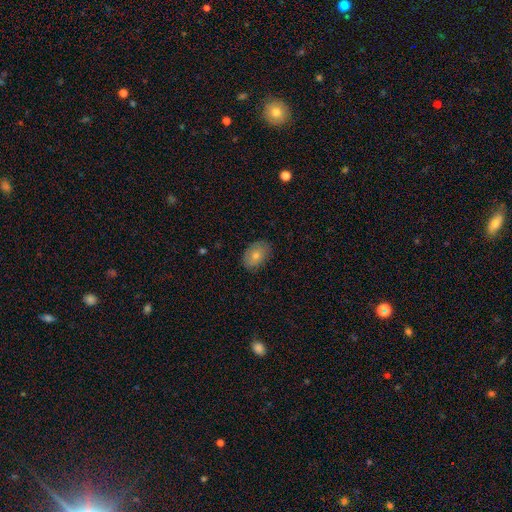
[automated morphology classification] smooth_or_featured: smooth (p=0.73) [alt: featured or disk p=0.19]
how_rounded: in between (p=0.81) [alt: round p=0.18]
merging: none (p=0.83) [alt: minor disturbance p=0.13]